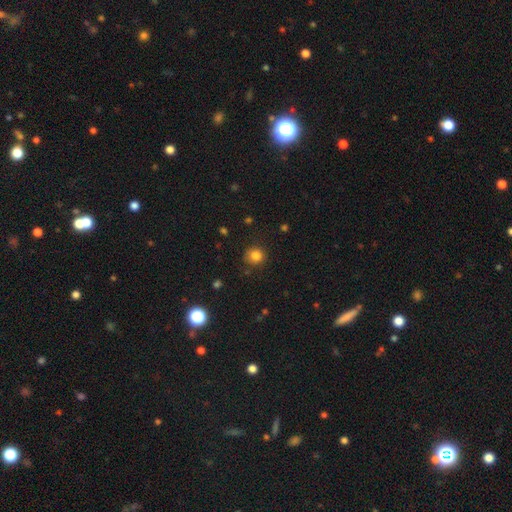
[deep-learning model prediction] Smooth or featured? smooth (82%)
How rounded? round (88%)
Merging? none (81%)